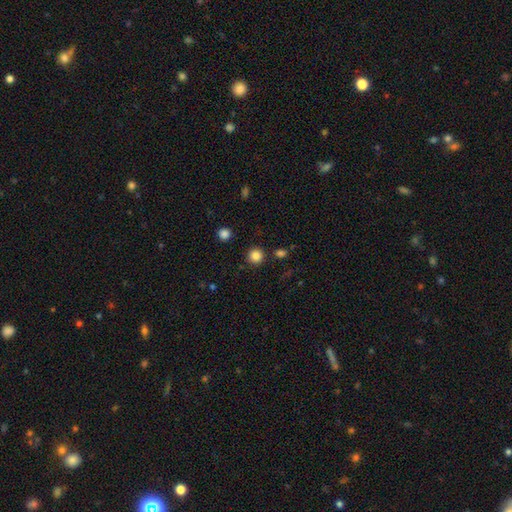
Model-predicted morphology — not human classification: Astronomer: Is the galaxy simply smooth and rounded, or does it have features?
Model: smooth — 85%.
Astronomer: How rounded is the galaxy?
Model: round — 94%.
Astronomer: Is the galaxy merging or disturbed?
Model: none — 88%.